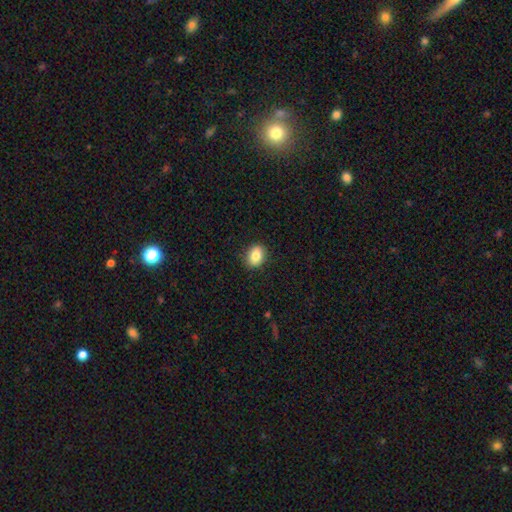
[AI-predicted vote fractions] This is clearly a smooth galaxy (81%). How rounded: likely in between (63%). Merging: clearly none (88%).